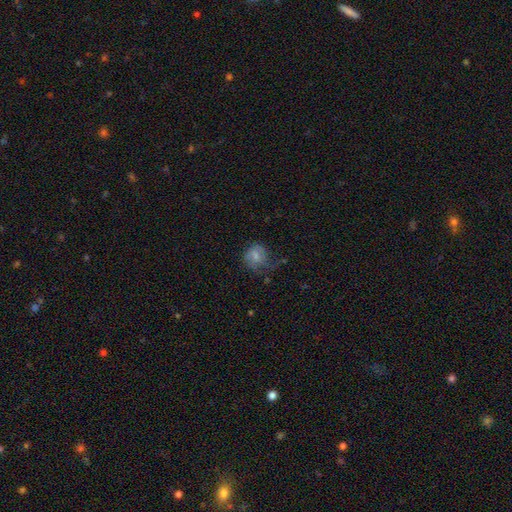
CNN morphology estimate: type=smooth (62%); roundness=round (69%); merging=none (44%).